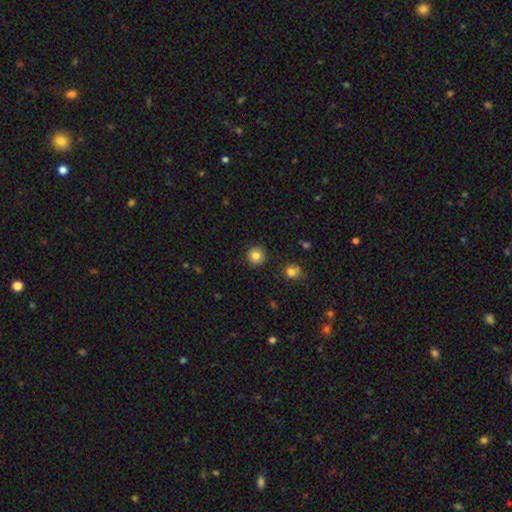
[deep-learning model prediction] Smooth or featured: smooth — 83% (star or artifact — 10%)
How rounded: round — 95% (in between — 4%)
Merging: none — 92% (minor disturbance — 5%)